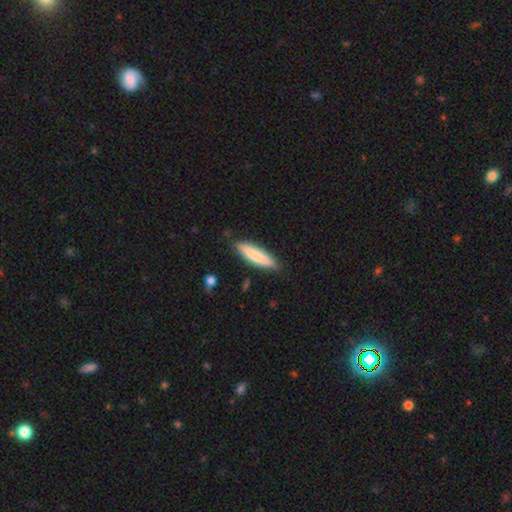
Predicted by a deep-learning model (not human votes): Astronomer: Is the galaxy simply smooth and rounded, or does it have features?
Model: smooth — 77%.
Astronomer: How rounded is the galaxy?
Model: cigar-shaped — 75%.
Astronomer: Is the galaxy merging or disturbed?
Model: none — 83%.